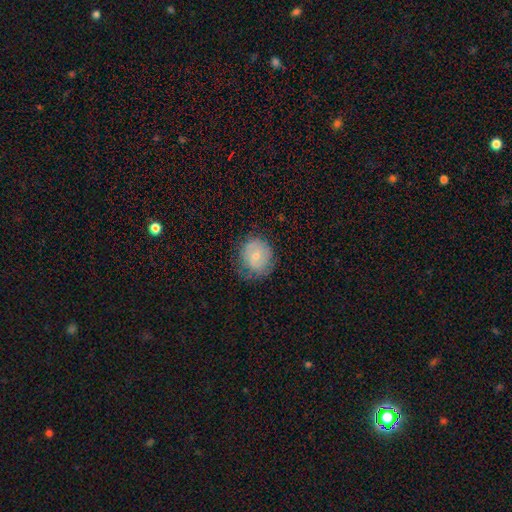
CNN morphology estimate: Smooth or featured: smooth — 63% (featured or disk — 29%)
How rounded: round — 77% (in between — 22%)
Merging: none — 67% (minor disturbance — 24%)